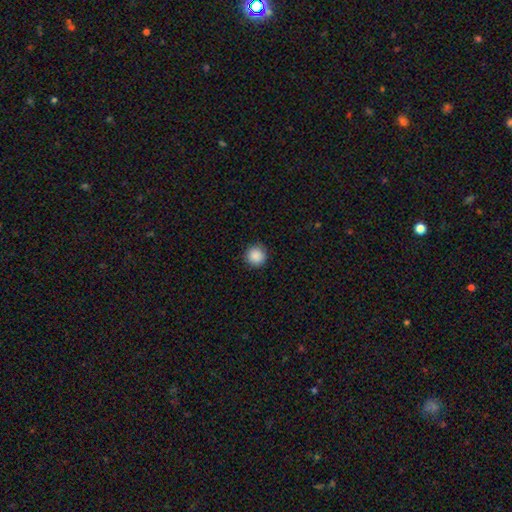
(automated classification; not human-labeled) Q: Smooth or featured?
A: smooth (89%); runner-up: star or artifact (9%)
Q: How rounded?
A: round (96%); runner-up: in between (3%)
Q: Merging?
A: none (92%); runner-up: minor disturbance (6%)